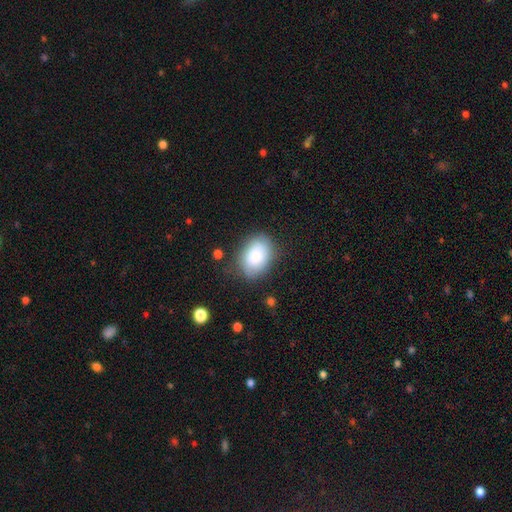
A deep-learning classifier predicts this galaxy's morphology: smooth 83%, featured or disk 10%, star or artifact 7%. Down the decision tree: how rounded — in between (79%); merging — none (75%).